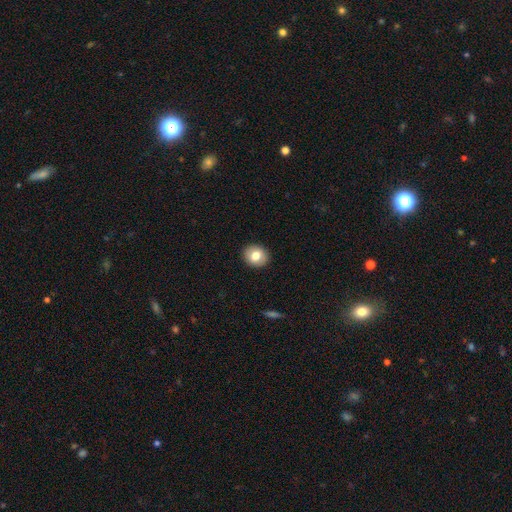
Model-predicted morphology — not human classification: type=smooth (78%); roundness=round (80%); merging=none (92%).